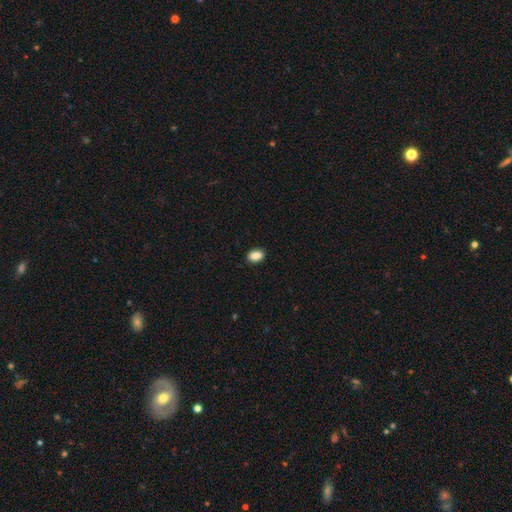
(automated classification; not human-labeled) A smooth galaxy with no disk features (88%) that is in between round and cigar-shaped (82%). Merging: none (89%).